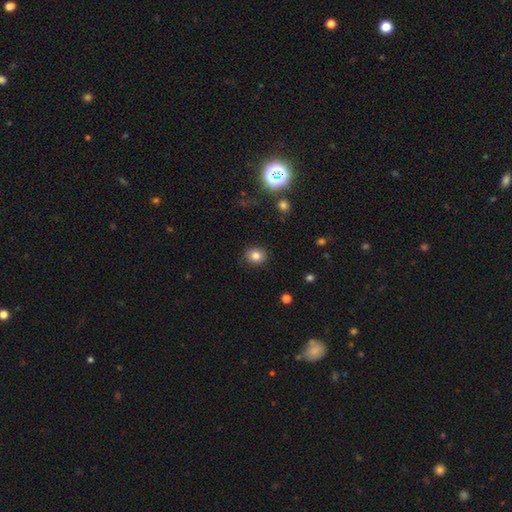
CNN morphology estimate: A smooth galaxy with no disk features (82%) that is round (74%). Merging: none (88%).